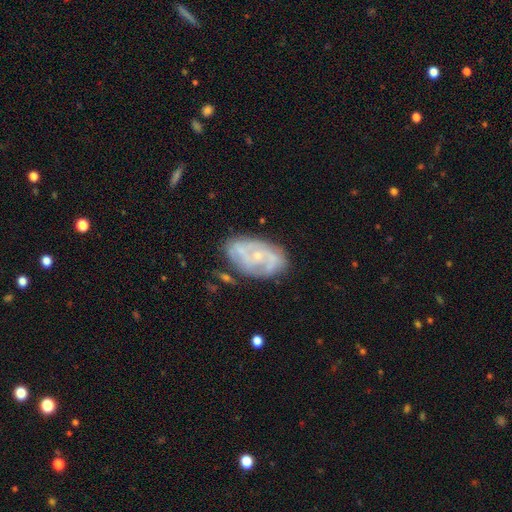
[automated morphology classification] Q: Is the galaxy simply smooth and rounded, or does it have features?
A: featured or disk — 75%.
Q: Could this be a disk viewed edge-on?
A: no — 95%.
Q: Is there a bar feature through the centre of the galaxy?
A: no — 64%.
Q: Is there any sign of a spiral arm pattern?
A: yes — 83%.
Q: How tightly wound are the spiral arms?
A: tight — 47%.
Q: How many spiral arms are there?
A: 2 — 42%.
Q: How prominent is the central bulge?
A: small — 73%.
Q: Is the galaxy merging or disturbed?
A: none — 72%.